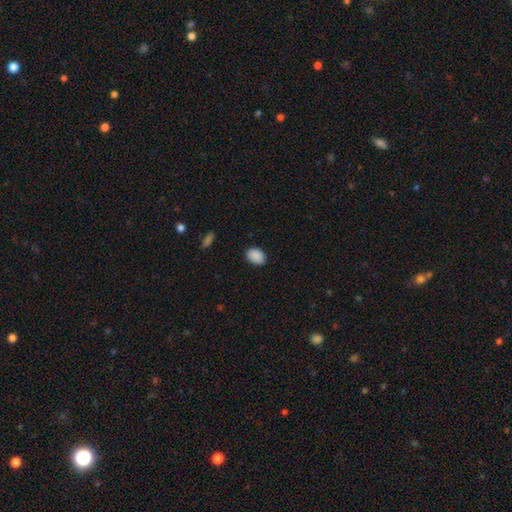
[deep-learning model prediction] A smooth galaxy with no disk features (89%) that is in between round and cigar-shaped (74%).

Vote fractions:
- Smooth or featured? smooth: 89% / star or artifact: 7% / featured or disk: 3%
- How rounded? in between: 74% / round: 25% / cigar-shaped: 1%
- Merging? none: 86% / minor disturbance: 11% / major disturbance: 2% / merger: 1%